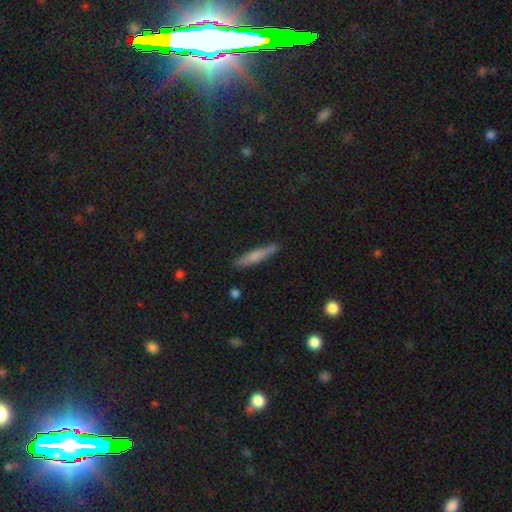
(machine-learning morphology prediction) smooth 63%, featured or disk 29%, star or artifact 7%. Down the decision tree: how rounded — cigar-shaped (92%); merging — none (87%).